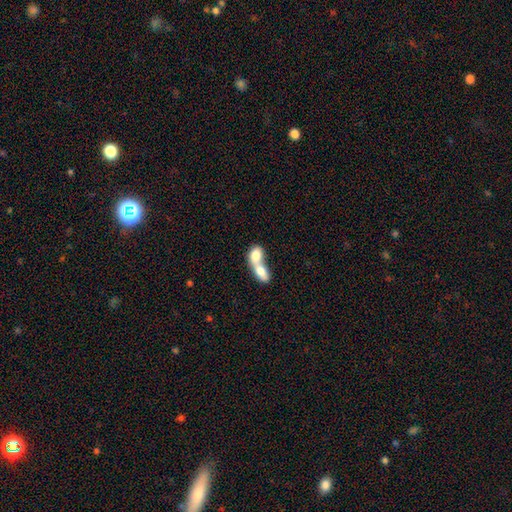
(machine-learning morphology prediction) smooth 74%, featured or disk 20%, star or artifact 6%. Down the decision tree: how rounded — in between (73%); merging — merger (84%).